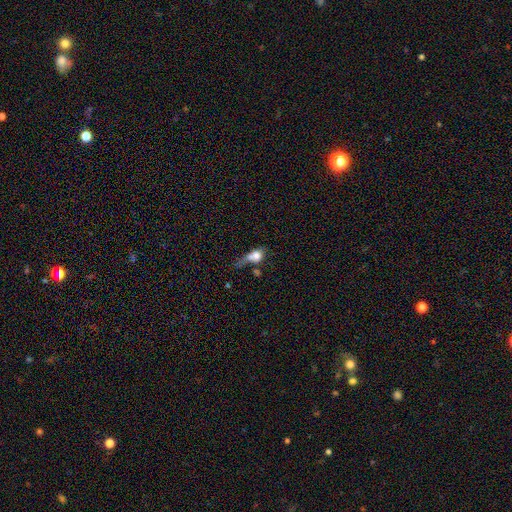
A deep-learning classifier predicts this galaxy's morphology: Q: Smooth or featured?
A: smooth (65%); runner-up: featured or disk (22%)
Q: How rounded?
A: round (46%); runner-up: in between (45%)
Q: Merging?
A: merger (42%); runner-up: major disturbance (25%)